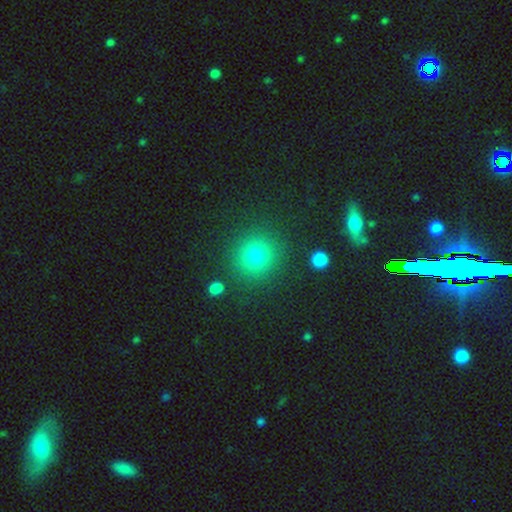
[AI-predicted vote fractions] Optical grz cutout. It shows a smooth galaxy with no disk features (76%) that is round (89%). Merging: none (87%).